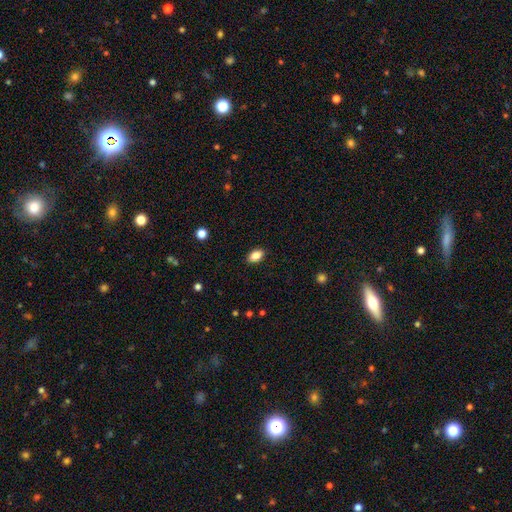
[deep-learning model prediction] smooth 85%, star or artifact 9%, featured or disk 6%. Down the decision tree: how rounded — in between (89%); merging — none (89%).